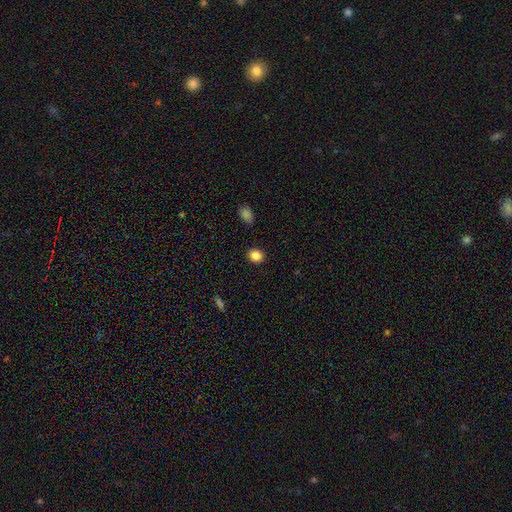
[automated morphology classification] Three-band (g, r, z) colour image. It shows a smooth galaxy with no disk features (87%) that is round (75%). Merging: none (90%).